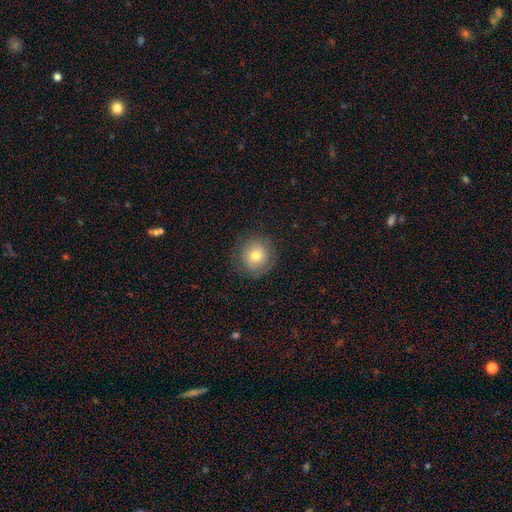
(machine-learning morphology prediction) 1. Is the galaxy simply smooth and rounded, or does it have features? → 69% smooth, 21% featured or disk, 10% star or artifact.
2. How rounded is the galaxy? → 87% round, 12% in between, 1% cigar-shaped.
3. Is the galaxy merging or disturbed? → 83% none, 12% minor disturbance, 4% major disturbance, 1% merger.